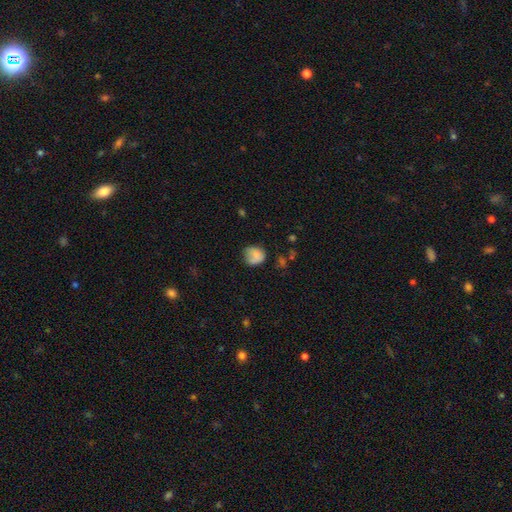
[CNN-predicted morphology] The model was most divided on "merging": none: 54%, minor disturbance: 31%, major disturbance: 12%, merger: 3%. More confident: smooth or featured — smooth (78%); how rounded — round (75%).